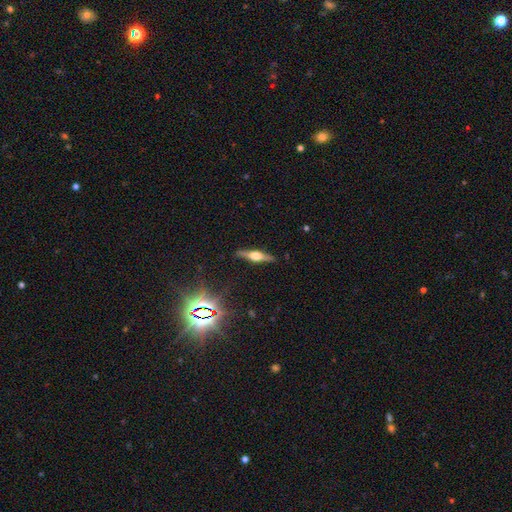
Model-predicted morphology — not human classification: Q: Smooth or featured?
A: featured or disk (72%); runner-up: smooth (19%)
Q: Edge-on disk?
A: yes (97%); runner-up: no (3%)
Q: Edge-on bulge?
A: rounded (93%); runner-up: boxy (6%)
Q: Merging?
A: none (89%); runner-up: minor disturbance (8%)